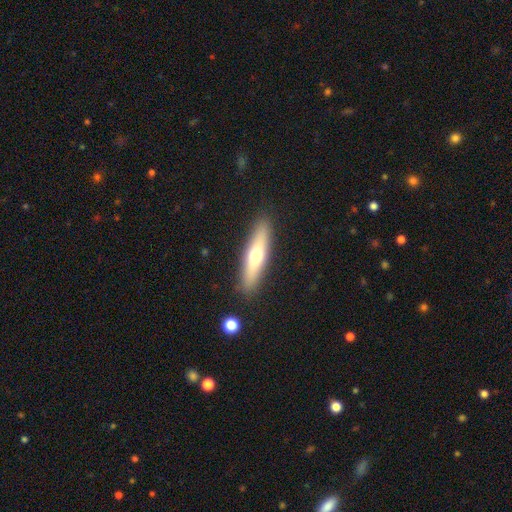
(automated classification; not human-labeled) Overall: smooth (56%; featured or disk 37%). How rounded: cigar-shaped (75%). Merging: none (89%).